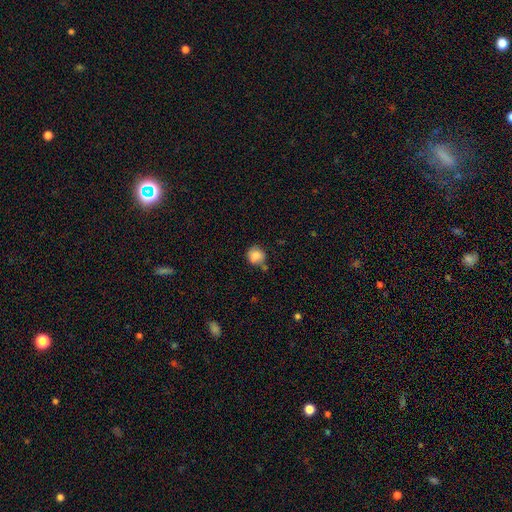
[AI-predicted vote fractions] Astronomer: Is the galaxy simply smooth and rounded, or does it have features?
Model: smooth — 85%.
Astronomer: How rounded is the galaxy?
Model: round — 87%.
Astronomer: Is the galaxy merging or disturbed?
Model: none — 61%.